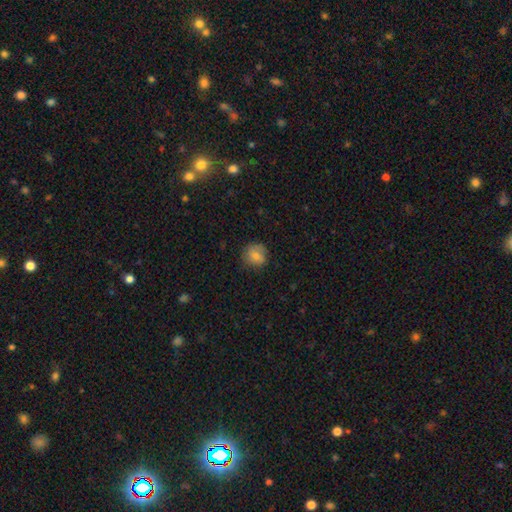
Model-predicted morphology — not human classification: smooth_or_featured: smooth (p=0.77) [alt: featured or disk p=0.14]
how_rounded: round (p=0.84) [alt: in between p=0.15]
merging: none (p=0.77) [alt: minor disturbance p=0.18]